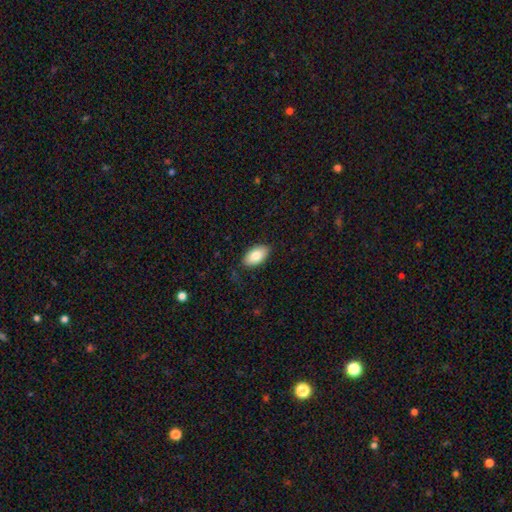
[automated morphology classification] smooth-or-featured: smooth: 82% | featured or disk: 11% | star or artifact: 7%
  how-rounded: in between: 95% | round: 3% | cigar-shaped: 2%
  merging: none: 85% | minor disturbance: 11% | major disturbance: 2% | merger: 1%